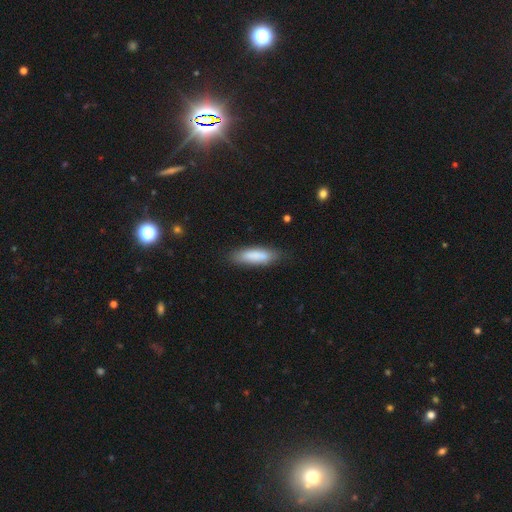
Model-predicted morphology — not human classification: The model was most divided on "how rounded": cigar-shaped: 54%, in between: 44%, round: 2%. More confident: smooth or featured — smooth (83%); merging — none (80%).